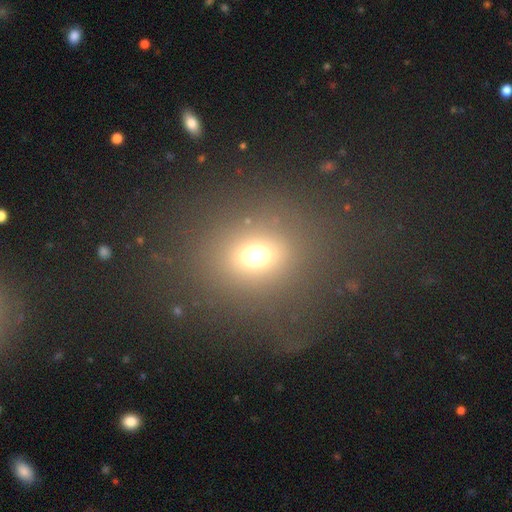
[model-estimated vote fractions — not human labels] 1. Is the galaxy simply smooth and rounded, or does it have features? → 68% smooth, 21% star or artifact, 11% featured or disk.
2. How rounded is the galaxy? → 66% round, 32% in between, 1% cigar-shaped.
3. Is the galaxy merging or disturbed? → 78% none, 10% minor disturbance, 9% major disturbance, 3% merger.